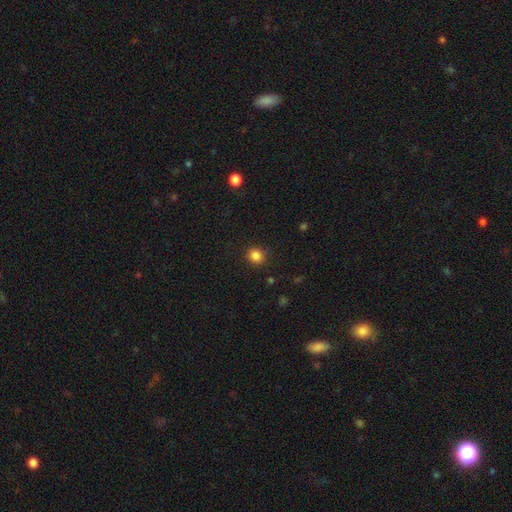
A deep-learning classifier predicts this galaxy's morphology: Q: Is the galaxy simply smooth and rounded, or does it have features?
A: smooth — 85%.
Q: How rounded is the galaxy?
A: round — 80%.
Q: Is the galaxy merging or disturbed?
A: none — 88%.